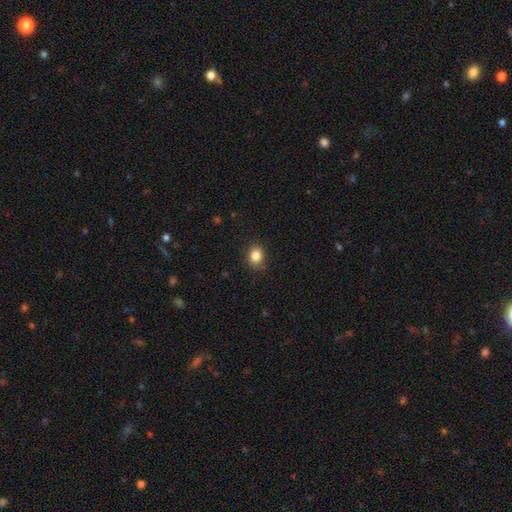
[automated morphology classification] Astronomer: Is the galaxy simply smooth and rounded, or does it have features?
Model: smooth — 85%.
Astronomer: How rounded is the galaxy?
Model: round — 53% (runner-up: in between, 46%).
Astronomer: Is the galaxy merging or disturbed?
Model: none — 85%.